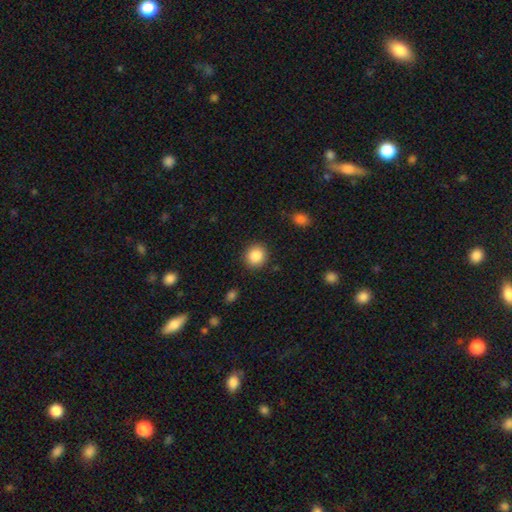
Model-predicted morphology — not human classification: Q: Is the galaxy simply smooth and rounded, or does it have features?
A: smooth — 87%.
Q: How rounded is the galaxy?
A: round — 88%.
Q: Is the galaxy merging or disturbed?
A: none — 90%.